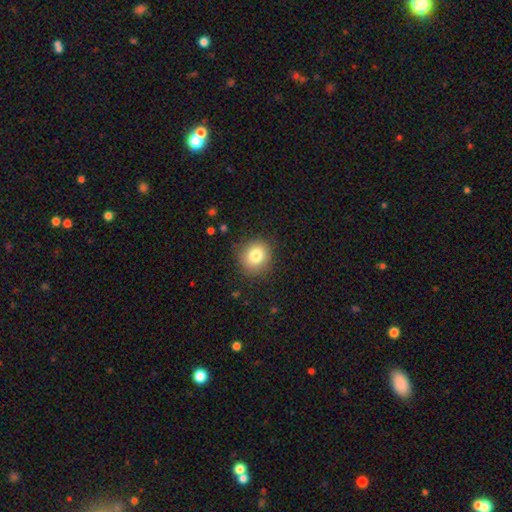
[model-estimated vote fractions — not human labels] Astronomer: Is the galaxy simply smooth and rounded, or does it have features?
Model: smooth — 80%.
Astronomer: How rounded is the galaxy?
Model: round — 85%.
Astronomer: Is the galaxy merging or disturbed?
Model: none — 87%.